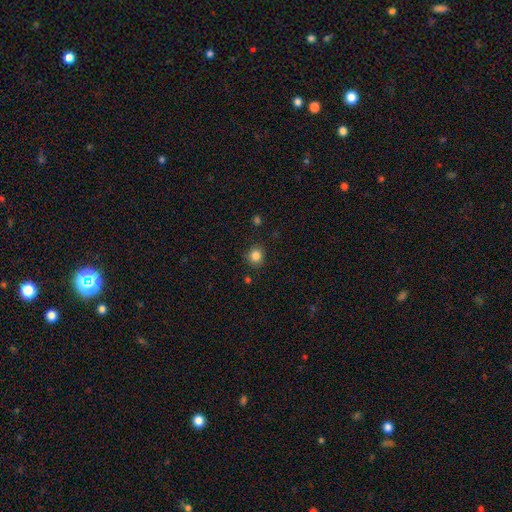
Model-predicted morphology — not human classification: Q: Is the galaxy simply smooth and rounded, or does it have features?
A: smooth — 84%.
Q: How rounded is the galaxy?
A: round — 87%.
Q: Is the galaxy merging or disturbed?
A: none — 87%.